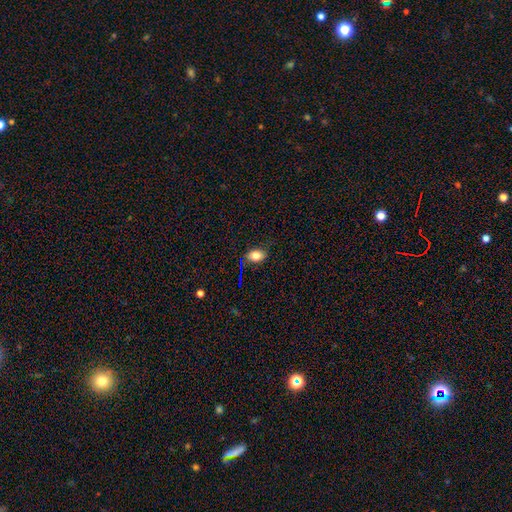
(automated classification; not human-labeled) Smooth or featured? Predicted: smooth (p=0.79). How rounded? Predicted: in between (p=0.76). Merging? Predicted: none (p=0.76).